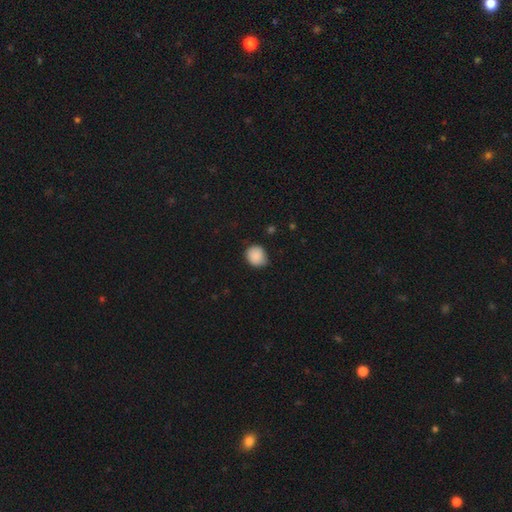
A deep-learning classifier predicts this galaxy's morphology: Smooth or featured: smooth — 88% (star or artifact — 8%)
How rounded: round — 74% (in between — 25%)
Merging: none — 70% (minor disturbance — 25%)